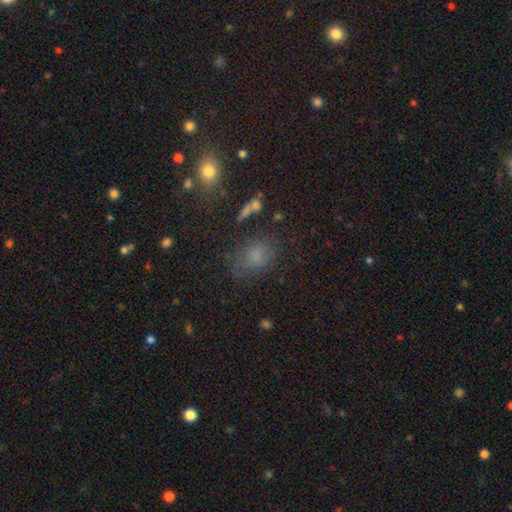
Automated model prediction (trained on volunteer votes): Smooth or featured? Predicted: smooth (p=0.70). How rounded? Predicted: in between (p=0.70). Merging? Predicted: none (p=0.63).